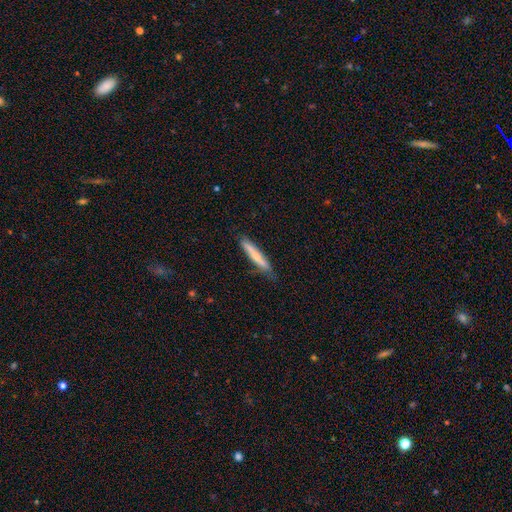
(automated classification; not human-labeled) Smooth or featured? Predicted: smooth (p=0.62). How rounded? Predicted: cigar-shaped (p=0.92). Merging? Predicted: none (p=0.77).